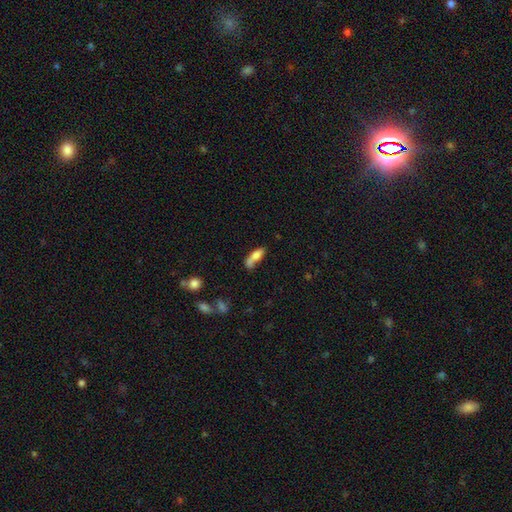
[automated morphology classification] Q: Smooth or featured?
A: smooth (73%); runner-up: featured or disk (18%)
Q: How rounded?
A: in between (64%); runner-up: cigar-shaped (33%)
Q: Merging?
A: none (36%); runner-up: merger (28%)